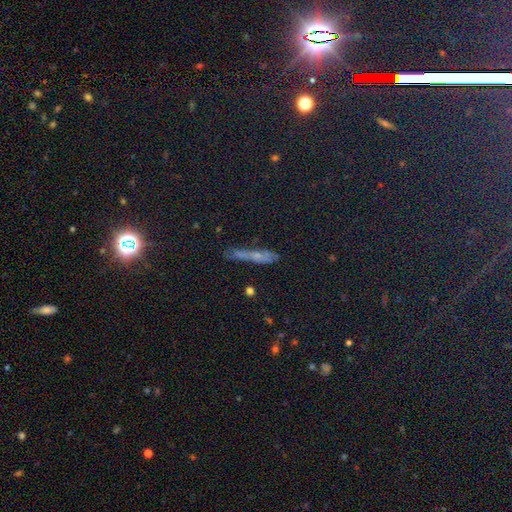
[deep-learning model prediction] This appears to be a smooth galaxy with no disk features (40%). Merging: none (69%).